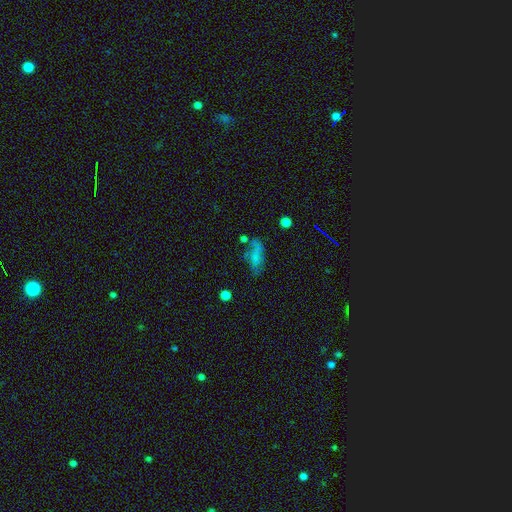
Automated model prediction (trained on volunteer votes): Smooth or featured: smooth — 61% (featured or disk — 26%)
How rounded: in between — 70% (cigar-shaped — 25%)
Merging: none — 44% (minor disturbance — 26%)